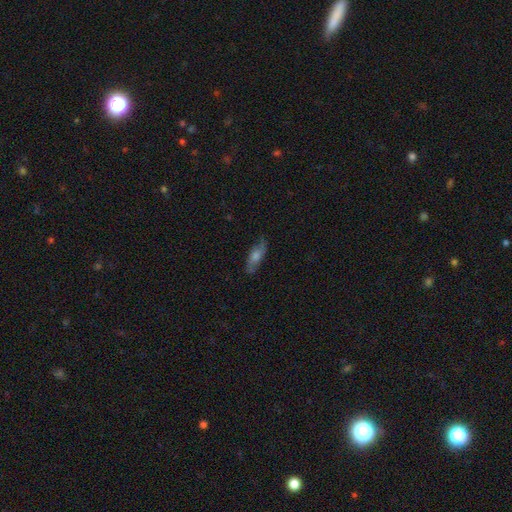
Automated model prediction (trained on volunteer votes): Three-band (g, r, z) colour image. It shows a featured or disk galaxy (51%). Merging: none (79%).